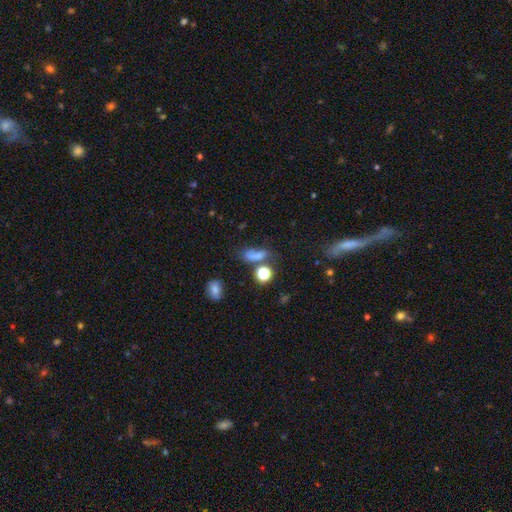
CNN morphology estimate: This appears to be a smooth galaxy with no disk features (63%) that is in between round and cigar-shaped (59%). Merging: none (44%).